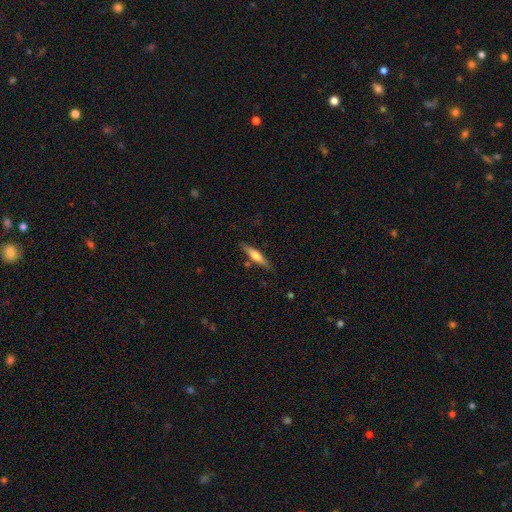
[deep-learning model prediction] Smooth or featured: smooth — 52% (featured or disk — 43%)
How rounded: cigar-shaped — 82% (in between — 17%)
Merging: none — 81% (minor disturbance — 12%)